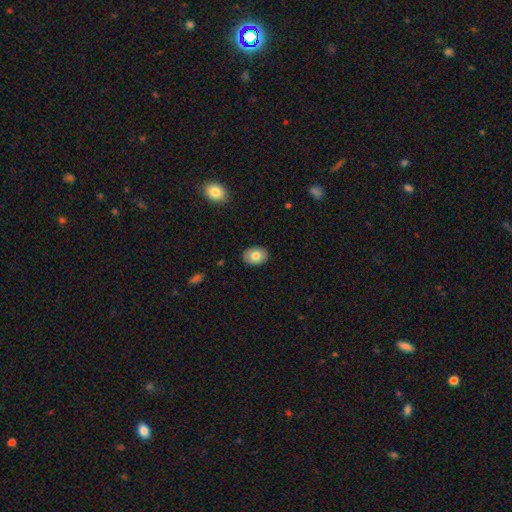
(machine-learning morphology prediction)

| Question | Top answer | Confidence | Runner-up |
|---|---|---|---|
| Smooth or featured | smooth | 78% | featured or disk (15%) |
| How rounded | in between | 68% | round (31%) |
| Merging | none | 88% | minor disturbance (9%) |